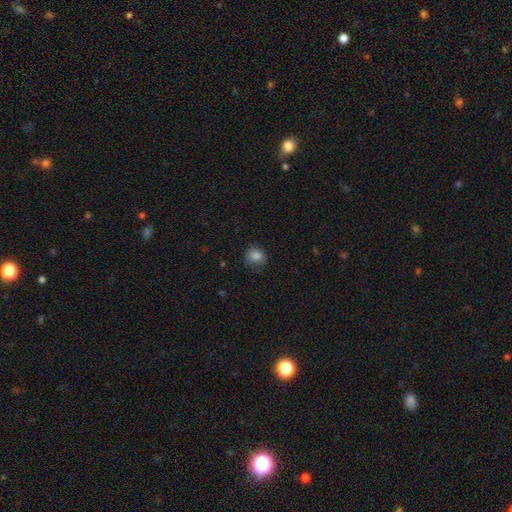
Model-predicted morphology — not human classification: Smooth or featured?
  - smooth: 84% *
  - star or artifact: 10%
  - featured or disk: 6%
How rounded?
  - round: 75% *
  - in between: 24%
  - cigar-shaped: 1%
Merging?
  - none: 76% *
  - minor disturbance: 18%
  - major disturbance: 5%
  - merger: 1%